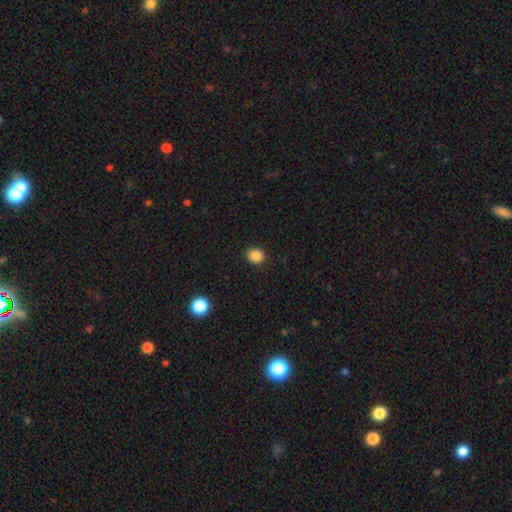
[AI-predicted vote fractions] smooth_or_featured: smooth (p=0.86) [alt: star or artifact p=0.11]
how_rounded: round (p=0.77) [alt: in between p=0.22]
merging: none (p=0.90) [alt: minor disturbance p=0.07]